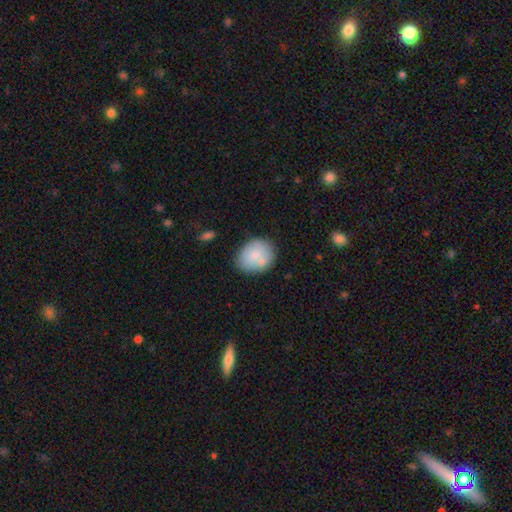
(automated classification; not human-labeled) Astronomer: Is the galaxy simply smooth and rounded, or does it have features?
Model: smooth — 76%.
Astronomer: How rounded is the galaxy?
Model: round — 54% (runner-up: in between, 45%).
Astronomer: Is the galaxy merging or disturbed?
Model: none — 64%.